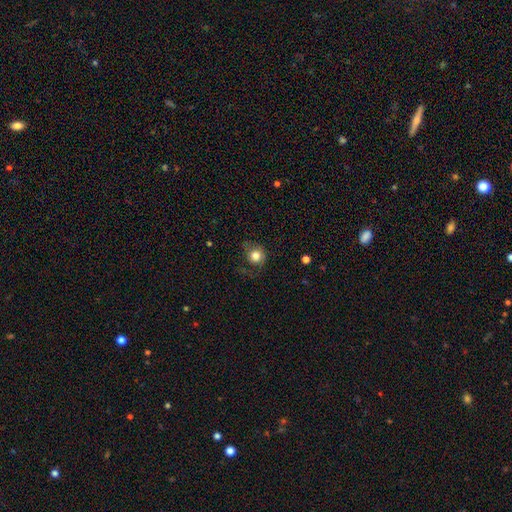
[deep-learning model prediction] smooth_or_featured: smooth (p=0.79) [alt: featured or disk p=0.12]
how_rounded: round (p=0.83) [alt: in between p=0.16]
merging: none (p=0.61) [alt: minor disturbance p=0.22]